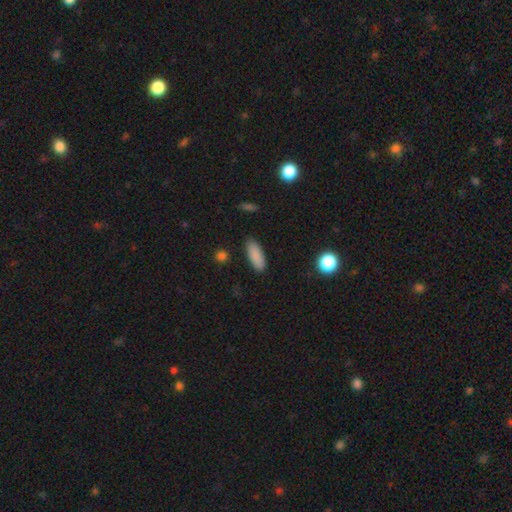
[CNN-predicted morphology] This is clearly a smooth galaxy (88%). How rounded: likely in between (70%). Merging: clearly none (87%).